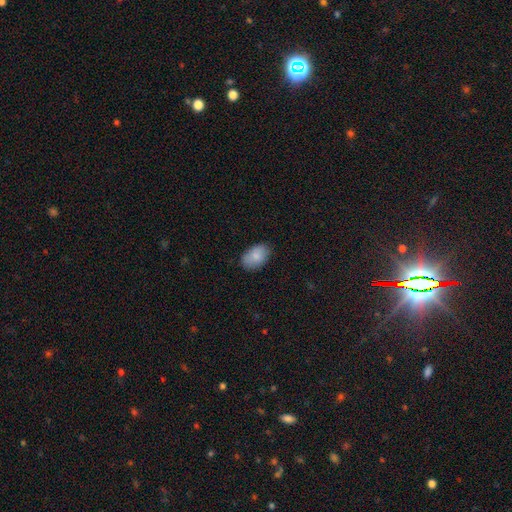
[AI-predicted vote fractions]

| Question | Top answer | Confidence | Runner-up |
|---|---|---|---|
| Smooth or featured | smooth | 84% | featured or disk (9%) |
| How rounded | in between | 89% | round (10%) |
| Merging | none | 81% | minor disturbance (15%) |